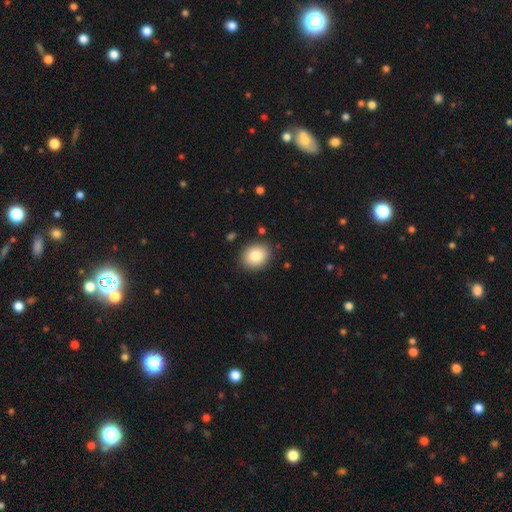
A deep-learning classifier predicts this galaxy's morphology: Smooth or featured? smooth (83%)
How rounded? round (65%)
Merging? none (89%)